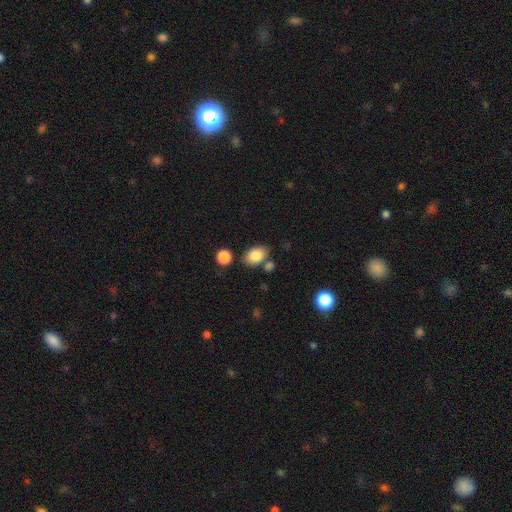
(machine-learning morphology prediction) This is clearly a smooth galaxy (84%). How rounded: clearly in between (84%). Merging: likely none (71%).